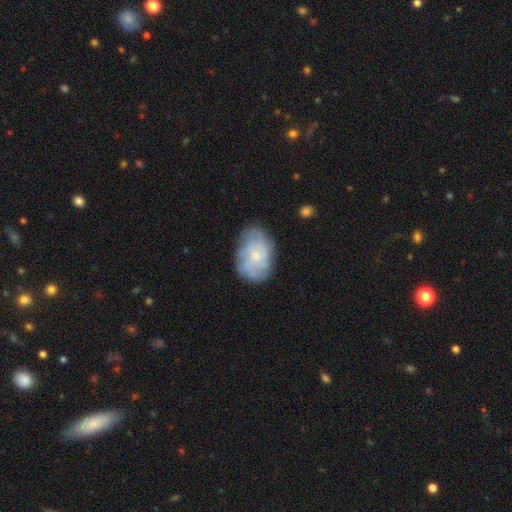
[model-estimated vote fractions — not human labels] Q: Smooth or featured?
A: featured or disk (51%); runner-up: smooth (42%)
Q: Edge-on disk?
A: no (97%); runner-up: yes (3%)
Q: Merging?
A: none (73%); runner-up: minor disturbance (19%)